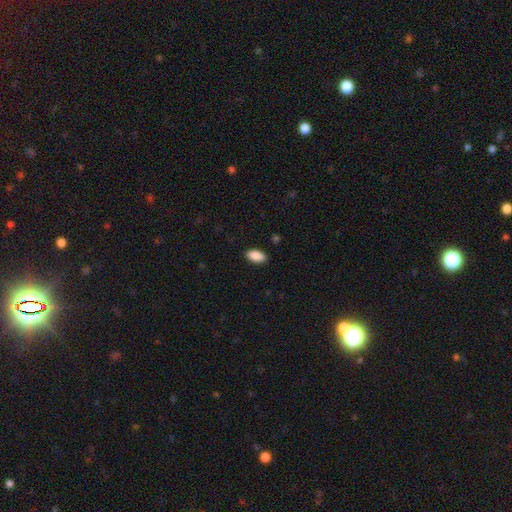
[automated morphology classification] type=smooth (89%); roundness=in between (93%); merging=none (89%).